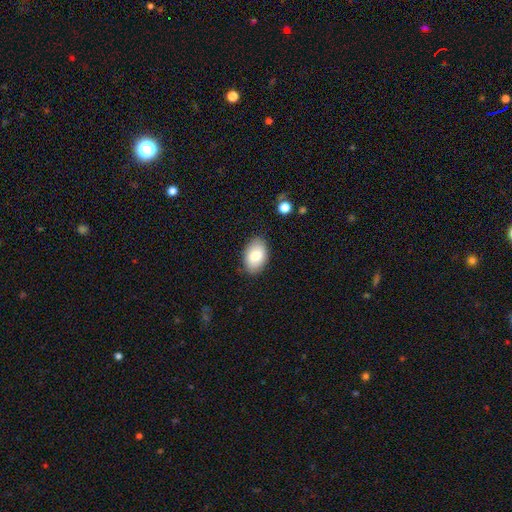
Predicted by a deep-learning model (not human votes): This is likely a smooth galaxy (79%). How rounded: clearly in between (89%). Merging: clearly none (84%).